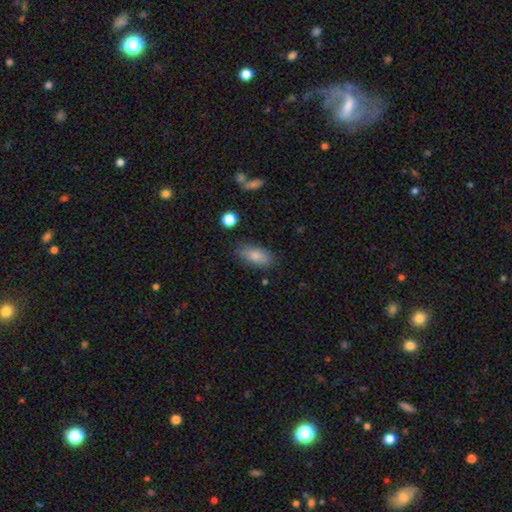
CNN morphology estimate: Smooth or featured?
  - smooth: 84% *
  - featured or disk: 9%
  - star or artifact: 7%
How rounded?
  - in between: 86% *
  - cigar-shaped: 11%
  - round: 3%
Merging?
  - none: 81% *
  - minor disturbance: 14%
  - major disturbance: 3%
  - merger: 2%